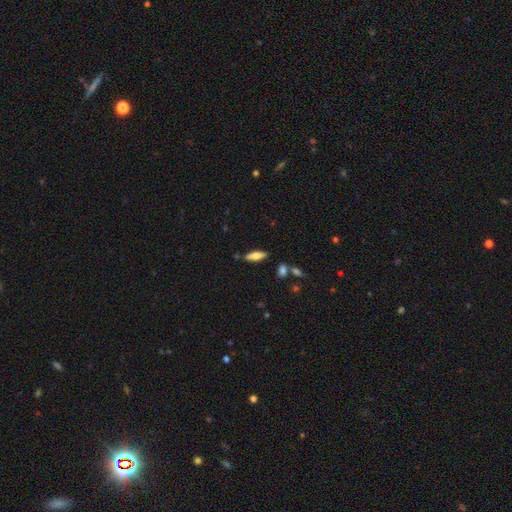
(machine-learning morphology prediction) Smooth or featured? smooth (62%)
How rounded? in between (53%)
Merging? none (81%)